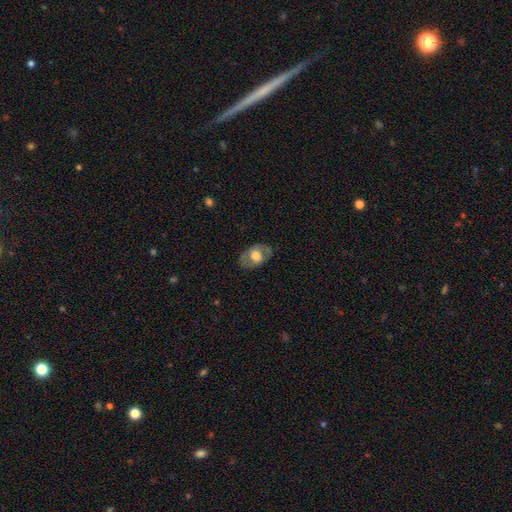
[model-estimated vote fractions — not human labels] Smooth or featured? featured or disk (48%)
Merging? none (76%)